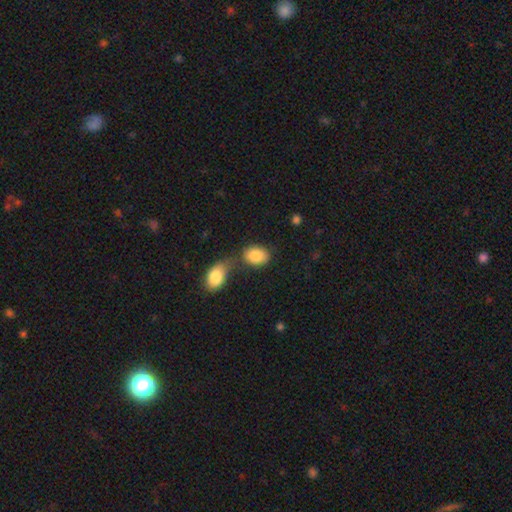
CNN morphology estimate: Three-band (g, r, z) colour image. It shows a smooth galaxy with no disk features (85%) that is in between round and cigar-shaped (77%). Merging: none (49%).